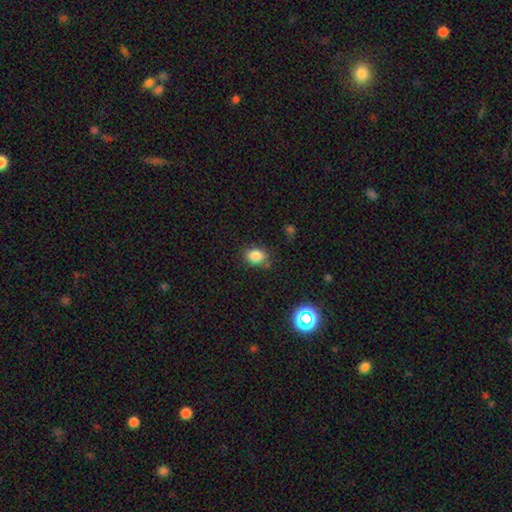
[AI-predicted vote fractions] Smooth or featured? Predicted: smooth (p=0.84). How rounded? Predicted: in between (p=0.50). Merging? Predicted: none (p=0.74).